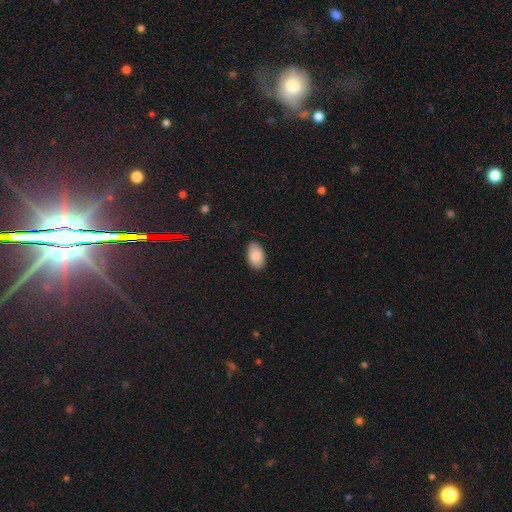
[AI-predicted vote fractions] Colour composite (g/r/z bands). It shows a smooth galaxy with no disk features (87%) that is in between round and cigar-shaped (94%). Merging: none (85%).